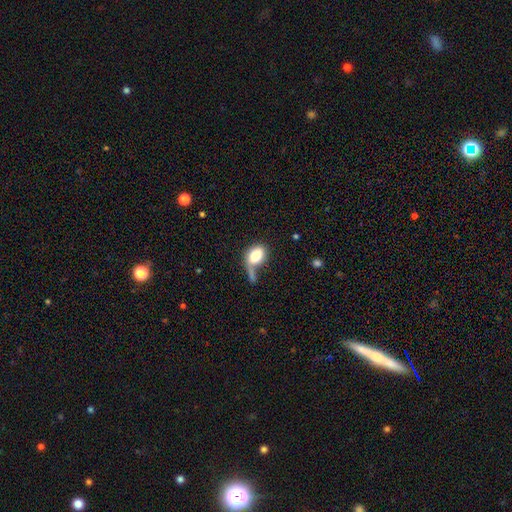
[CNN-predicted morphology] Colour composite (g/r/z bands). It shows a smooth galaxy with no disk features (79%) that is in between round and cigar-shaped (79%). Merging: none (32%).